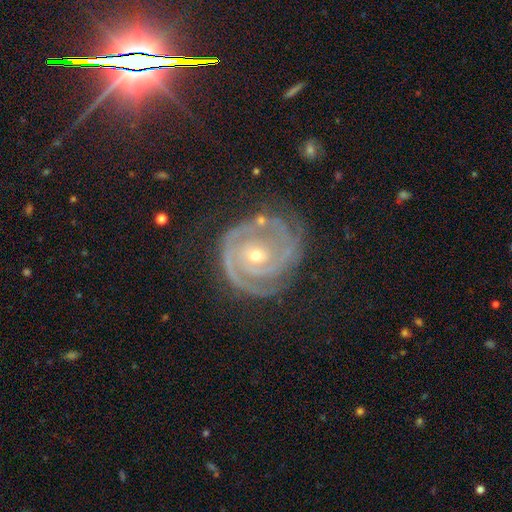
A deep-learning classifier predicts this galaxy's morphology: This is clearly a featured or disk galaxy (88%). It is clearly not viewed edge-on (97%). Bar: likely no (71%). Spiral arm pattern: clearly yes (96%). Spiral arm count: possibly 2 (48%). Spiral winding: likely tight (76%). Central bulge: possibly small (56%). Merging: likely none (68%).